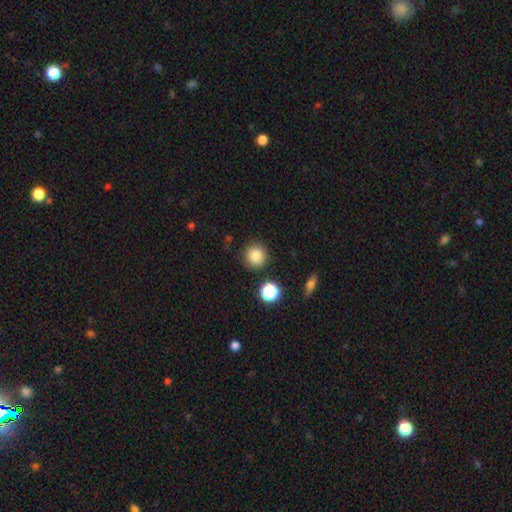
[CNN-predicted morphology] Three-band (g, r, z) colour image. It shows a smooth galaxy with no disk features (84%) that is round (92%). Merging: none (85%).